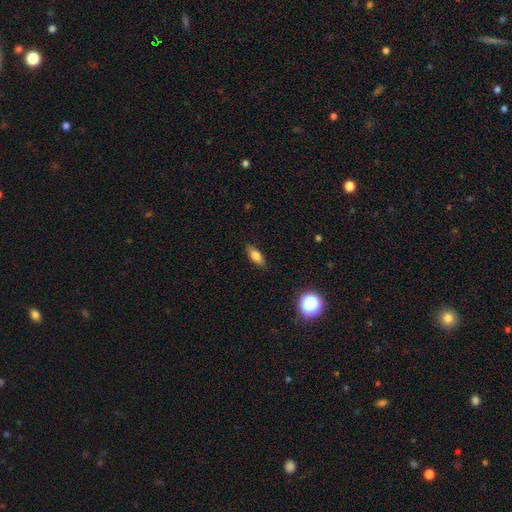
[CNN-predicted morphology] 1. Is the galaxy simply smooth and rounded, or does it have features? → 76% smooth, 15% featured or disk, 9% star or artifact.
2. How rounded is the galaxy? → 74% in between, 21% cigar-shaped, 5% round.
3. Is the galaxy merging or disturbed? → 87% none, 10% minor disturbance, 2% major disturbance, 1% merger.